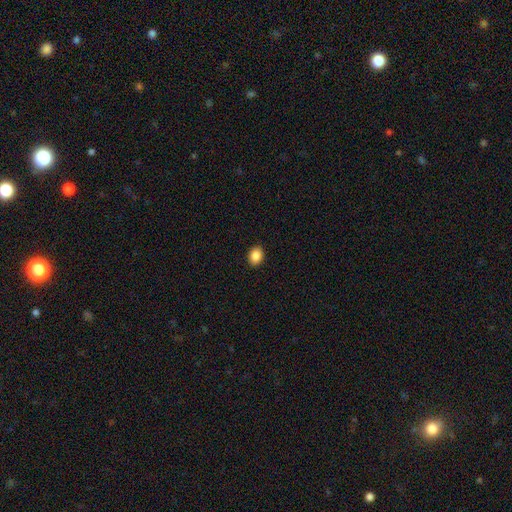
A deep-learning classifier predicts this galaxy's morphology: smooth_or_featured: smooth (p=0.88) [alt: star or artifact p=0.09]
how_rounded: in between (p=0.58) [alt: round p=0.41]
merging: none (p=0.92) [alt: minor disturbance p=0.06]